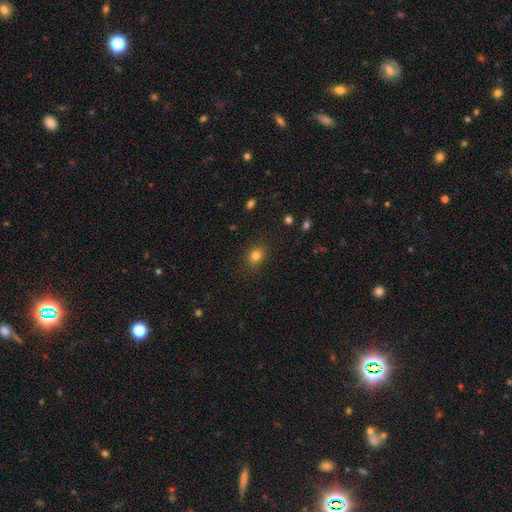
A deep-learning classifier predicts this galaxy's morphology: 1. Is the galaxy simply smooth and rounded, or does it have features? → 81% smooth, 12% star or artifact, 7% featured or disk.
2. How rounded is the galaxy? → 52% in between, 47% round, 1% cigar-shaped.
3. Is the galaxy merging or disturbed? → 86% none, 10% minor disturbance, 3% major disturbance, 1% merger.